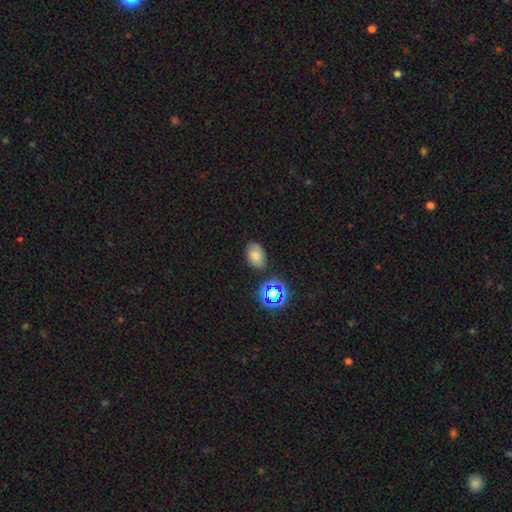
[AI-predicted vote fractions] Smooth or featured? Predicted: smooth (p=0.65). How rounded? Predicted: in between (p=0.81). Merging? Predicted: none (p=0.73).